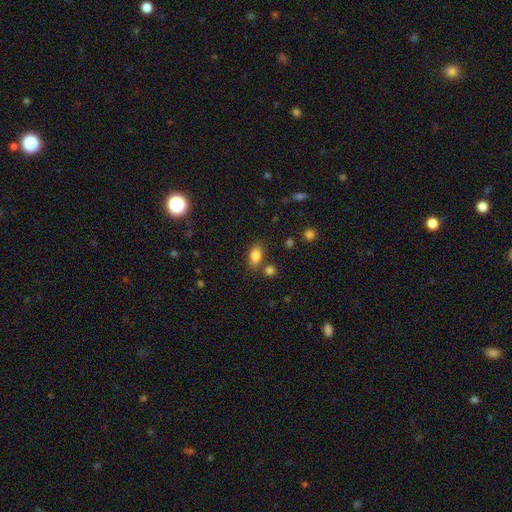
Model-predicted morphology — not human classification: smooth_or_featured: smooth (p=0.84) [alt: star or artifact p=0.10]
how_rounded: in between (p=0.85) [alt: round p=0.11]
merging: none (p=0.72) [alt: minor disturbance p=0.13]